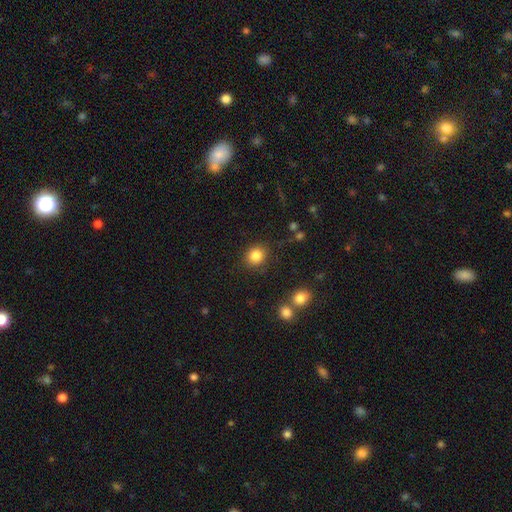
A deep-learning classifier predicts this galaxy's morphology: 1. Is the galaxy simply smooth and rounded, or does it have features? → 85% smooth, 10% star or artifact, 5% featured or disk.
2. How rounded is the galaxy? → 75% round, 24% in between, 1% cigar-shaped.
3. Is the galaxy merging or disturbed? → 86% none, 9% minor disturbance, 3% major disturbance, 3% merger.